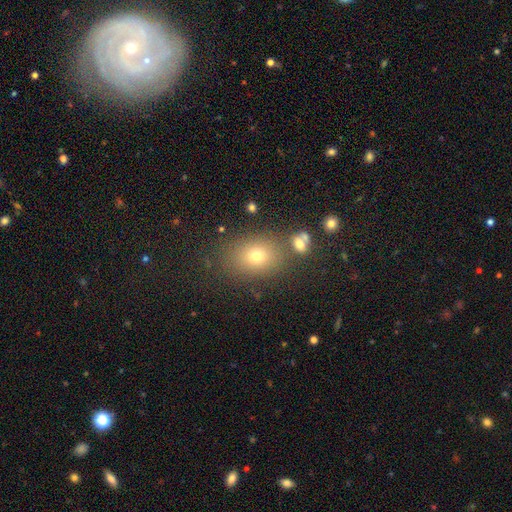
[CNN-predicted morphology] Q: Smooth or featured?
A: smooth (68%); runner-up: star or artifact (20%)
Q: How rounded?
A: in between (61%); runner-up: round (38%)
Q: Merging?
A: none (78%); runner-up: minor disturbance (10%)